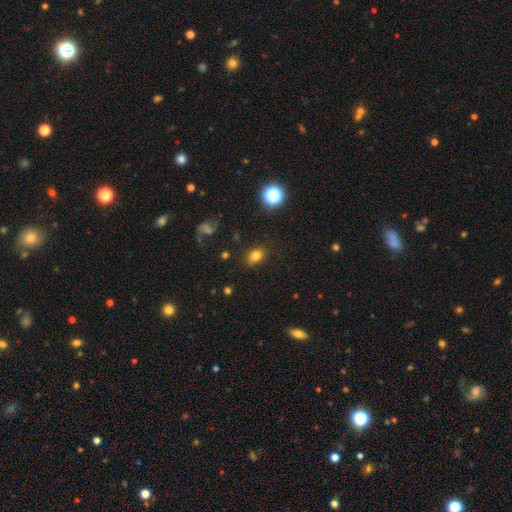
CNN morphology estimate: Smooth or featured?
  - smooth: 78% *
  - star or artifact: 14%
  - featured or disk: 8%
How rounded?
  - in between: 61% *
  - round: 38%
  - cigar-shaped: 1%
Merging?
  - none: 82% *
  - minor disturbance: 13%
  - major disturbance: 4%
  - merger: 2%